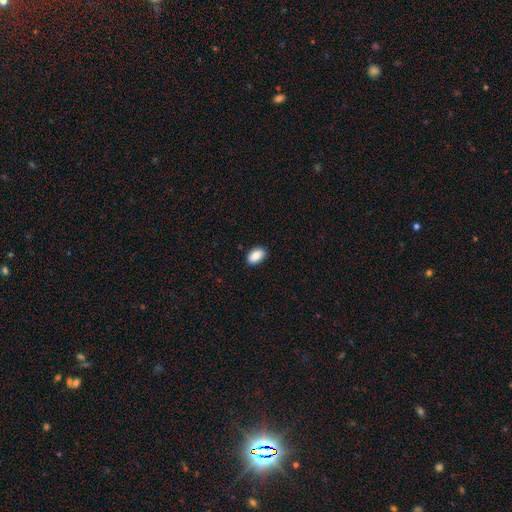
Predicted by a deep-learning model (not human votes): smooth-or-featured: smooth: 87% | star or artifact: 7% | featured or disk: 6%
  how-rounded: in between: 92% | round: 7% | cigar-shaped: 2%
  merging: none: 89% | minor disturbance: 8% | major disturbance: 2% | merger: 1%